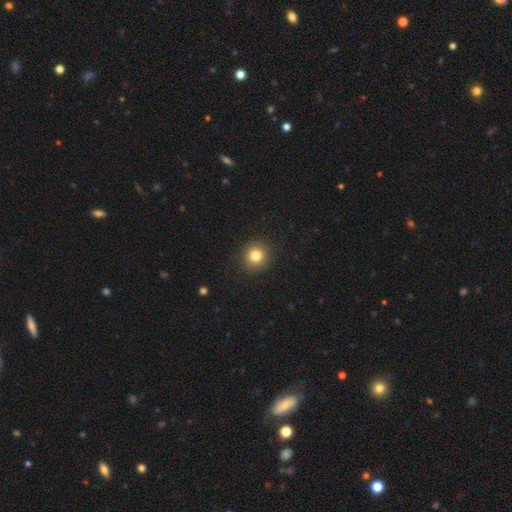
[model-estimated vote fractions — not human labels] Smooth or featured? smooth (81%)
How rounded? round (90%)
Merging? none (91%)